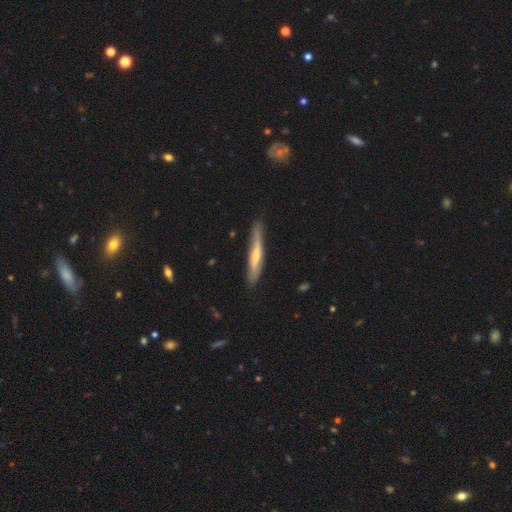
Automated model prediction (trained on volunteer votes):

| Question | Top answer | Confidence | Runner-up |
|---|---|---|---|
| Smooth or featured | featured or disk | 50% | smooth (45%) |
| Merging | none | 74% | minor disturbance (21%) |